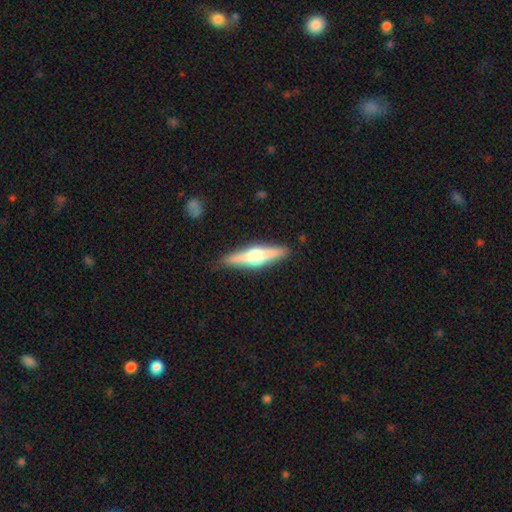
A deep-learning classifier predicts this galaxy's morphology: smooth_or_featured: featured or disk (p=0.66) [alt: smooth p=0.29]
disk_edge_on: yes (p=0.96) [alt: no p=0.04]
edge_on_bulge: rounded (p=0.94) [alt: boxy p=0.04]
merging: none (p=0.89) [alt: minor disturbance p=0.08]